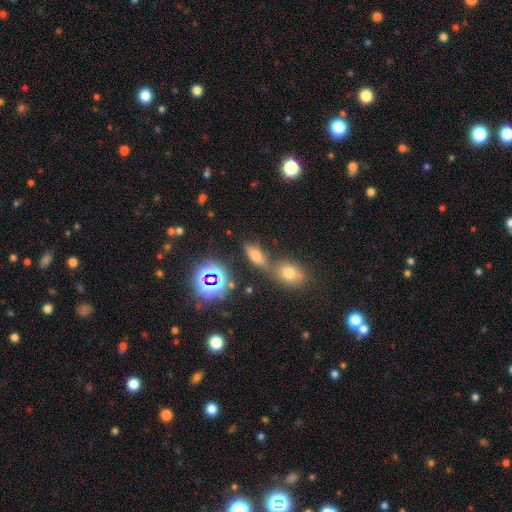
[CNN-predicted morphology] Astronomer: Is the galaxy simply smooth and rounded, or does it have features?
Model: smooth — 59%.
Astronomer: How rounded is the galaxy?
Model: in between — 71%.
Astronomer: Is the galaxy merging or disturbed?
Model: none — 53% (runner-up: merger, 30%).